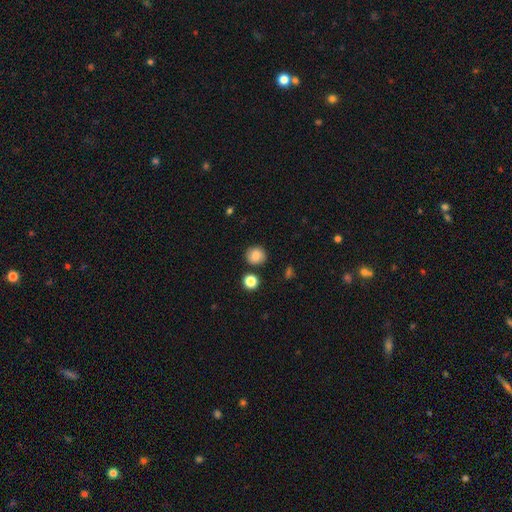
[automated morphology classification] This is clearly a smooth galaxy (83%). How rounded: clearly round (89%). Merging: clearly none (86%).